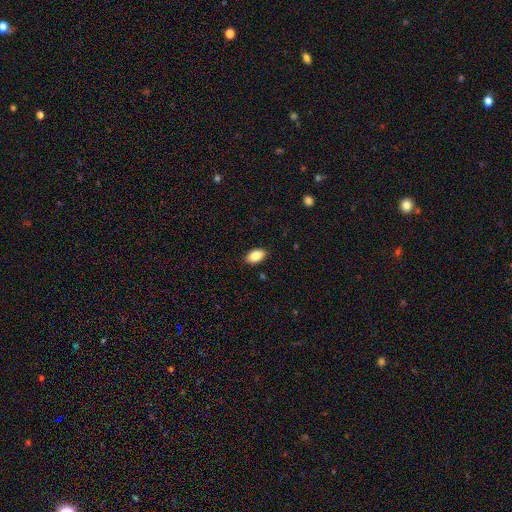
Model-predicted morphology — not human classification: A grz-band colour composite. It shows a smooth galaxy with no disk features (88%) that is in between round and cigar-shaped (93%). Merging: none (88%).